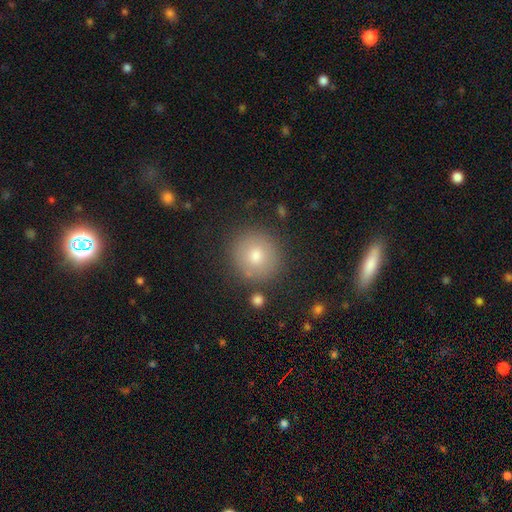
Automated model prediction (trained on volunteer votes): smooth 76%, featured or disk 13%, star or artifact 11%. Down the decision tree: how rounded — round (92%); merging — none (87%).